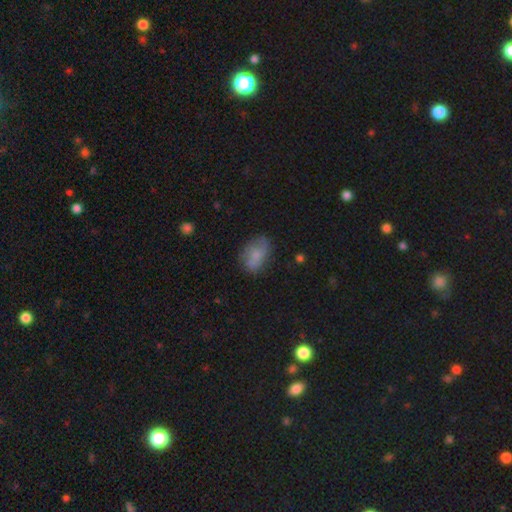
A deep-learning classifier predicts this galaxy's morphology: smooth 72%, featured or disk 18%, star or artifact 9%. Down the decision tree: how rounded — in between (85%); merging — none (62%).